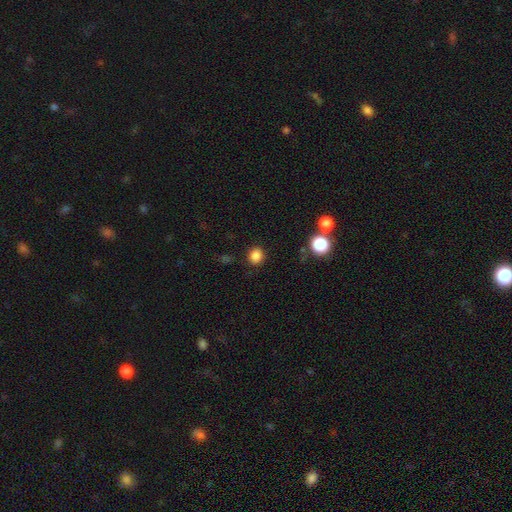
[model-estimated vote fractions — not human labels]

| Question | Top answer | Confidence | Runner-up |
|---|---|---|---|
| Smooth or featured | smooth | 84% | star or artifact (13%) |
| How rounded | round | 77% | in between (22%) |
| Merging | none | 88% | minor disturbance (7%) |